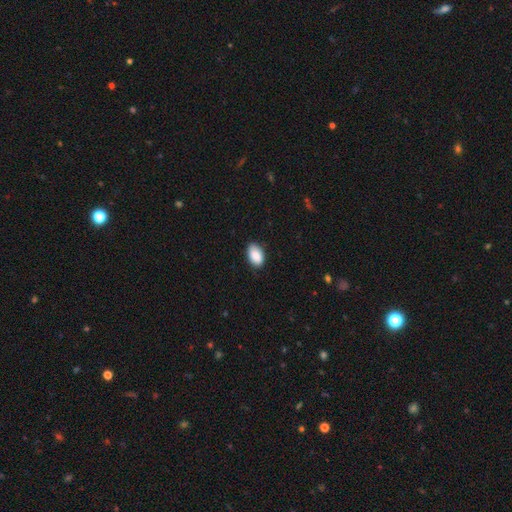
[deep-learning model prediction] Q: Smooth or featured?
A: smooth (90%); runner-up: star or artifact (6%)
Q: How rounded?
A: in between (93%); runner-up: round (6%)
Q: Merging?
A: none (84%); runner-up: minor disturbance (13%)